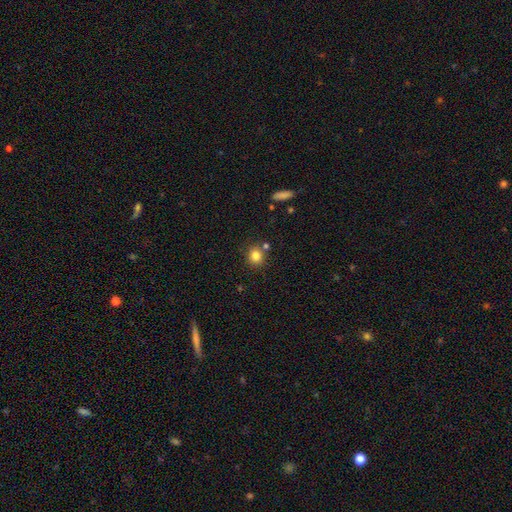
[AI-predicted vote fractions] This appears to be a smooth galaxy with no disk features (82%) that is round (78%). Merging: none (76%).